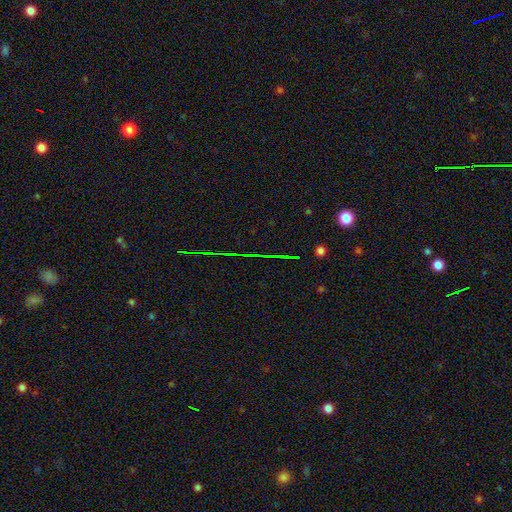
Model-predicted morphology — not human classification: star or artifact 78%, smooth 12%, featured or disk 10%.